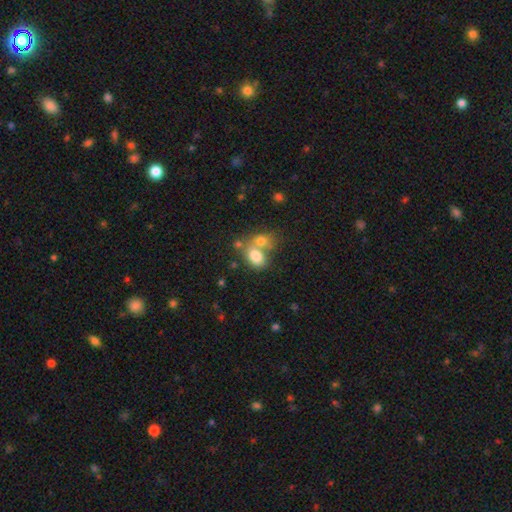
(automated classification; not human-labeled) Smooth or featured: smooth — 78% (featured or disk — 12%)
How rounded: in between — 77% (round — 22%)
Merging: merger — 53% (none — 32%)